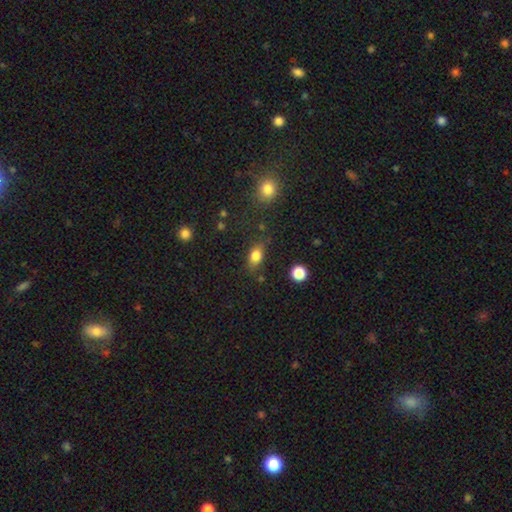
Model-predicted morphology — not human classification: This appears to be a smooth galaxy with no disk features (81%) that is in between round and cigar-shaped (76%). Merging: none (75%).